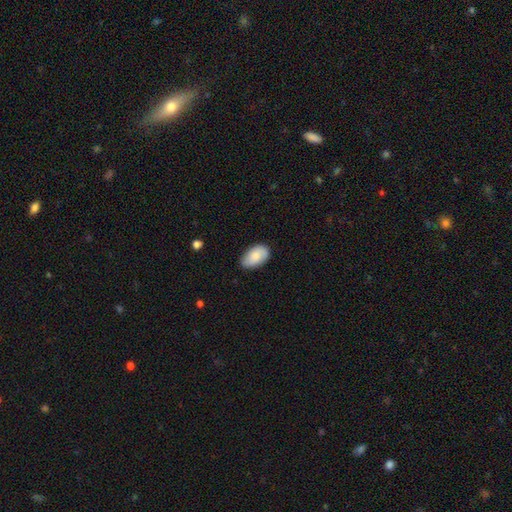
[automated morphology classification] Overall: smooth (75%). How rounded: in between (93%). Merging: none (79%).